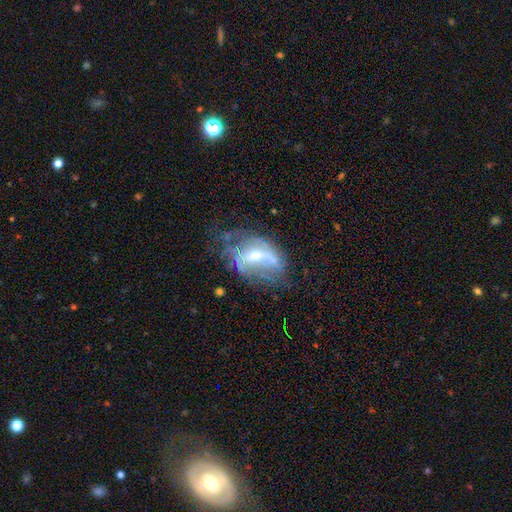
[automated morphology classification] Smooth or featured?
  - featured or disk: 74% *
  - smooth: 16%
  - star or artifact: 10%
Edge-on disk?
  - no: 92% *
  - yes: 8%
Bar?
  - weak: 41% *
  - strong: 35%
  - no: 24%
Spiral arms?
  - yes: 62% *
  - no: 38%
Bulge size?
  - moderate: 46% *
  - small: 42%
  - none: 5%
  - large: 5%
  - dominant: 1%
Merging?
  - none: 44% *
  - major disturbance: 27%
  - minor disturbance: 24%
  - merger: 5%